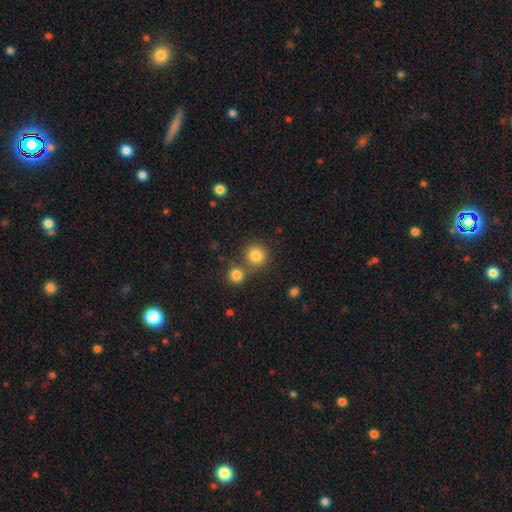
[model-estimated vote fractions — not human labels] A smooth galaxy with no disk features (82%) that is round (92%).

Vote fractions:
- Smooth or featured? smooth: 82% / star or artifact: 12% / featured or disk: 6%
- How rounded? round: 92% / in between: 7% / cigar-shaped: 1%
- Merging? none: 70% / merger: 21% / minor disturbance: 7% / major disturbance: 3%